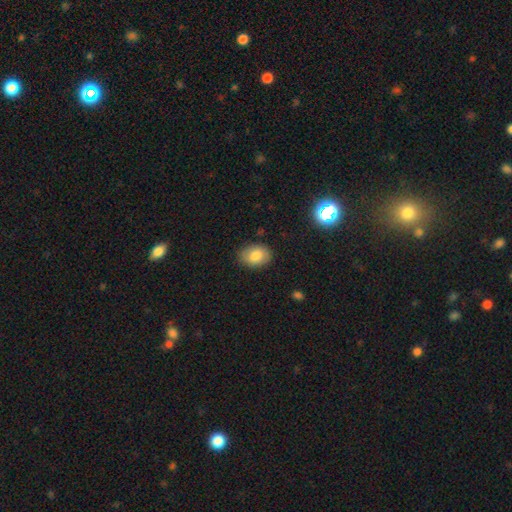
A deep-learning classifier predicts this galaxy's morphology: This appears to be a smooth galaxy with no disk features (81%) that is in between round and cigar-shaped (73%). Merging: none (84%).